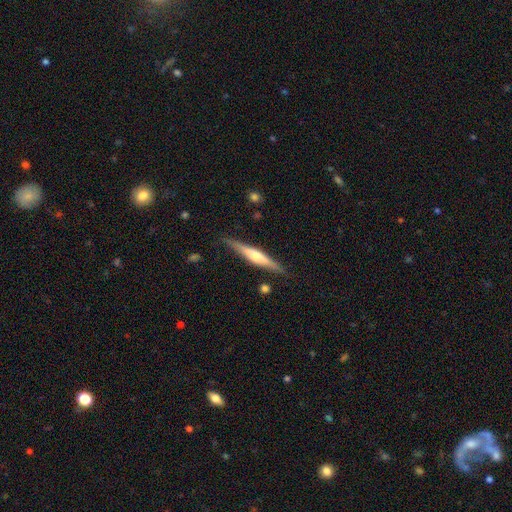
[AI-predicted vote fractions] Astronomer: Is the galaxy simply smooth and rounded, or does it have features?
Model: featured or disk — 69%.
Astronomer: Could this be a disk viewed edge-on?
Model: yes — 97%.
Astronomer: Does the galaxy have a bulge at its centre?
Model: rounded — 82%.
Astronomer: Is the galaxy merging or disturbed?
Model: none — 87%.